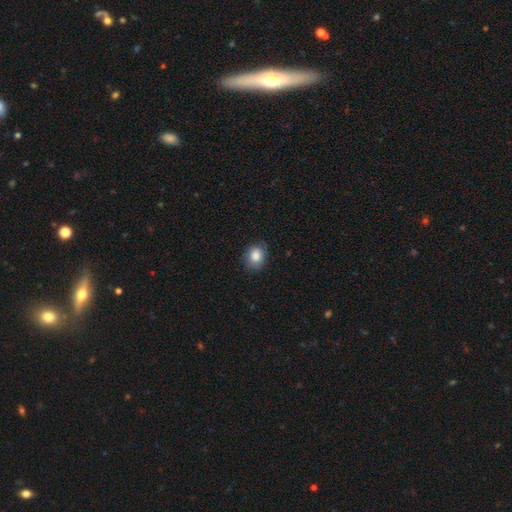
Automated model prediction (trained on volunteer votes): Overall: smooth (85%). How rounded: round (54%; in between 45%). Merging: none (75%).